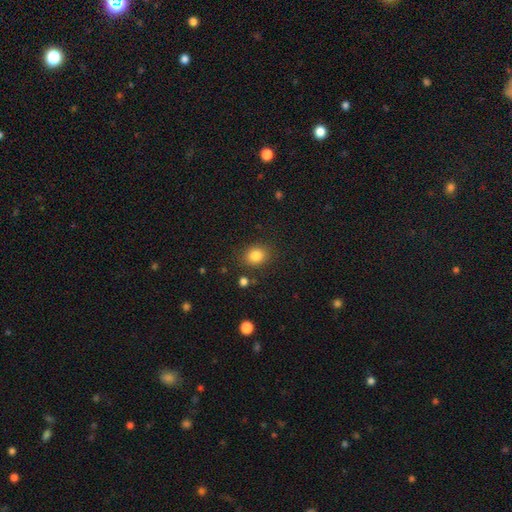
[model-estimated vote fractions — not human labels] This appears to be a smooth galaxy with no disk features (84%) that is round (57%). Merging: none (83%).